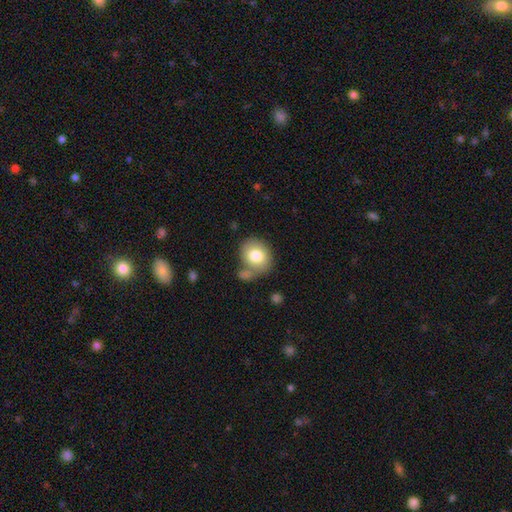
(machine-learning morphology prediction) Smooth or featured? Predicted: smooth (p=0.77). How rounded? Predicted: round (p=0.69). Merging? Predicted: none (p=0.59).